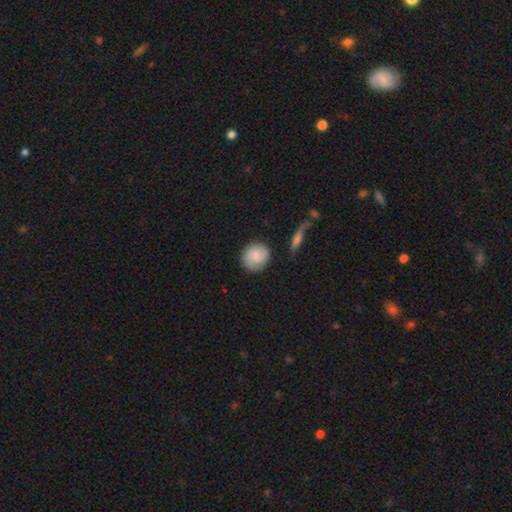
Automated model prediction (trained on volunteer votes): Smooth or featured? smooth (57%)
How rounded? round (84%)
Merging? none (81%)